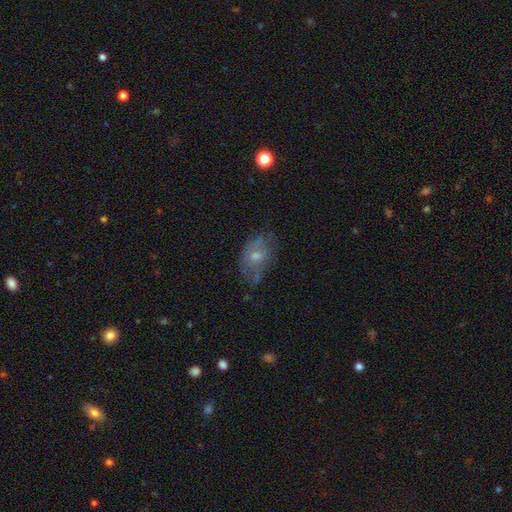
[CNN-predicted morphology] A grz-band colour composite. It shows a featured or disk galaxy (46%). Merging: none (58%).